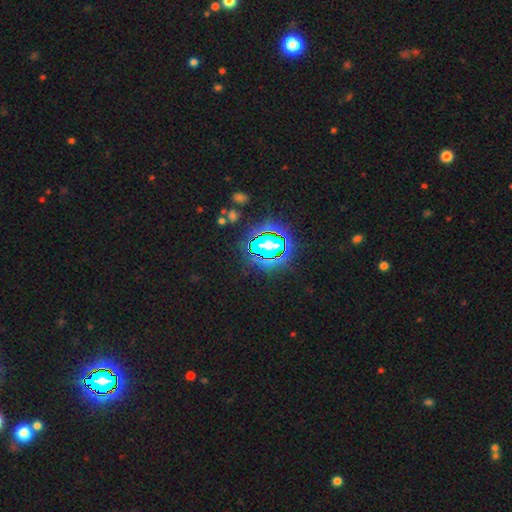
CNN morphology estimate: star or artifact 85%, smooth 9%, featured or disk 6%.